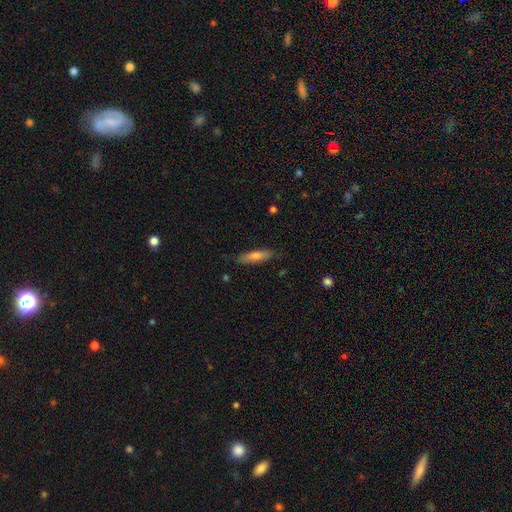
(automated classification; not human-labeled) The model was most divided on "smooth or featured": smooth: 66%, featured or disk: 28%, star or artifact: 7%. More confident: merging — none (83%); how rounded — cigar-shaped (74%).